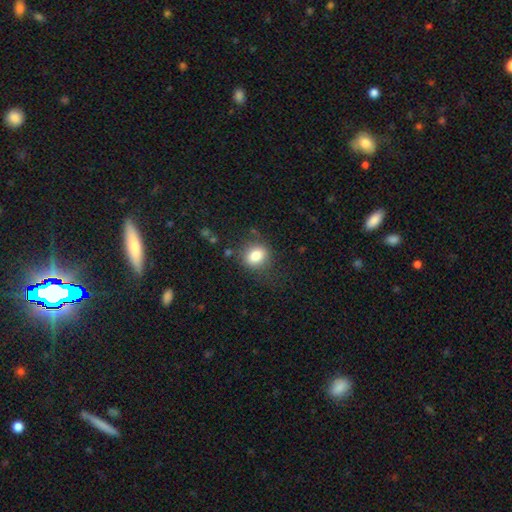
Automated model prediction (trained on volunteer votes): smooth 82%, star or artifact 10%, featured or disk 8%. Down the decision tree: how rounded — round (58%); merging — none (77%).